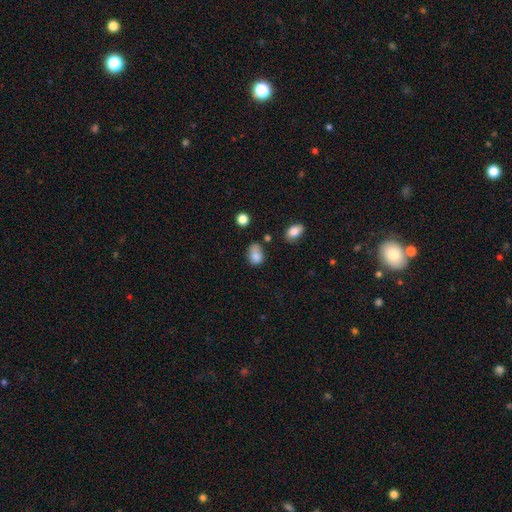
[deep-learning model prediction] Smooth or featured?
  - smooth: 82% *
  - star or artifact: 10%
  - featured or disk: 8%
How rounded?
  - in between: 72% *
  - round: 27%
  - cigar-shaped: 1%
Merging?
  - none: 43% *
  - minor disturbance: 37%
  - major disturbance: 13%
  - merger: 7%